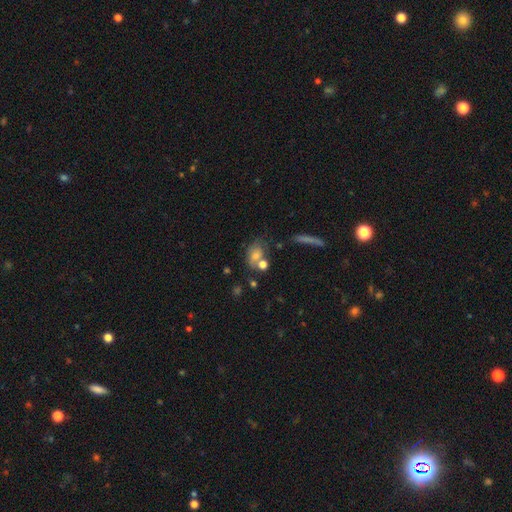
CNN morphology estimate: smooth 64%, featured or disk 22%, star or artifact 14%. Down the decision tree: how rounded — in between (68%); merging — none (43%).